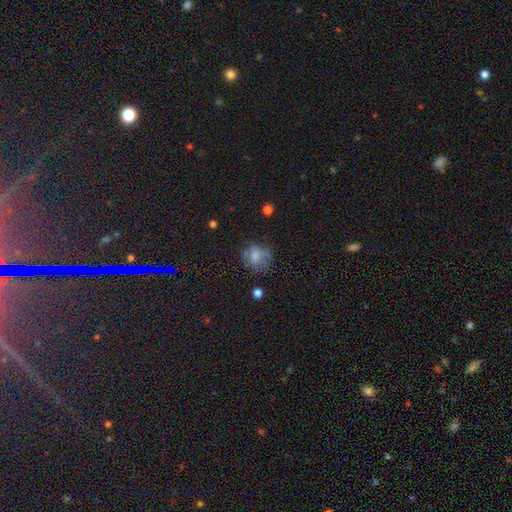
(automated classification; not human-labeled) smooth_or_featured: smooth (p=0.62) [alt: featured or disk p=0.25]
how_rounded: round (p=0.67) [alt: in between p=0.32]
merging: none (p=0.52) [alt: minor disturbance p=0.24]